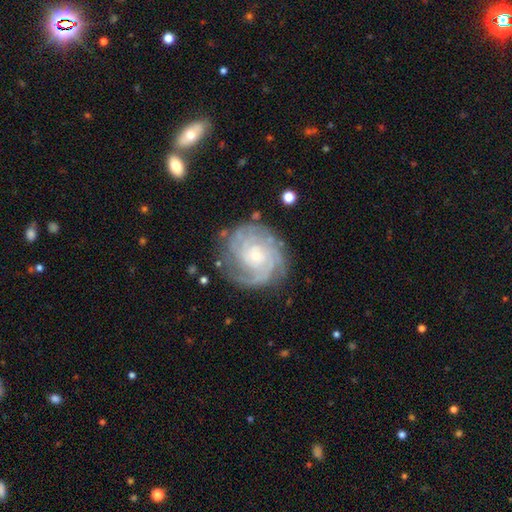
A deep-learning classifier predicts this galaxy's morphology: Q: Smooth or featured?
A: featured or disk (88%); runner-up: smooth (7%)
Q: Edge-on disk?
A: no (98%); runner-up: yes (2%)
Q: Bar?
A: no (78%); runner-up: weak (18%)
Q: Spiral arms?
A: yes (97%); runner-up: no (3%)
Q: Spiral winding?
A: tight (73%); runner-up: medium (23%)
Q: Spiral arm count?
A: can't tell (26%); runner-up: 3 (22%)
Q: Bulge size?
A: small (77%); runner-up: moderate (19%)
Q: Merging?
A: none (76%); runner-up: minor disturbance (16%)